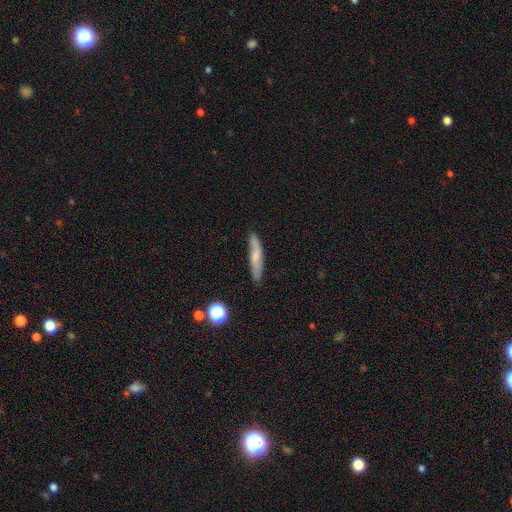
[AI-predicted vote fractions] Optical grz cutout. It shows a smooth galaxy with no disk features (58%) that is cigar-shaped (85%). Merging: none (78%).